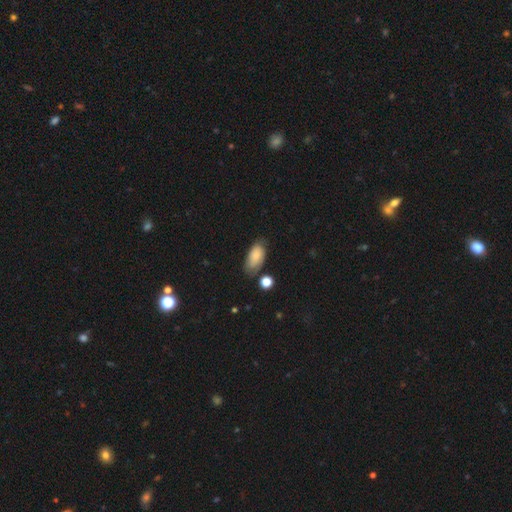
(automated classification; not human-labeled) Smooth or featured?
  - smooth: 77% *
  - featured or disk: 15%
  - star or artifact: 8%
How rounded?
  - in between: 92% *
  - round: 4%
  - cigar-shaped: 4%
Merging?
  - none: 61% *
  - minor disturbance: 28%
  - major disturbance: 7%
  - merger: 5%